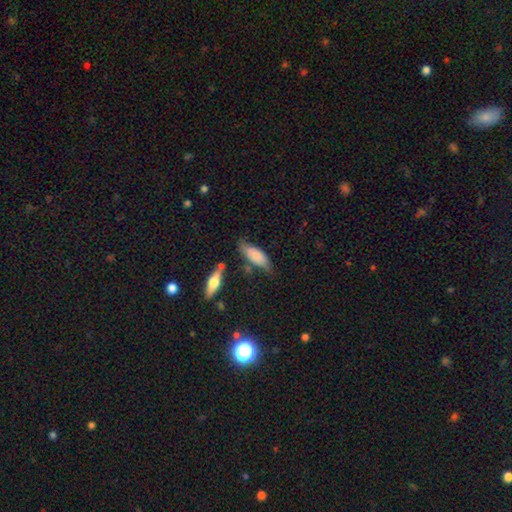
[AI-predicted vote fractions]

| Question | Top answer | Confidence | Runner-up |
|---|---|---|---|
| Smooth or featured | smooth | 76% | featured or disk (17%) |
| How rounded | in between | 71% | cigar-shaped (27%) |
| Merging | none | 56% | minor disturbance (30%) |